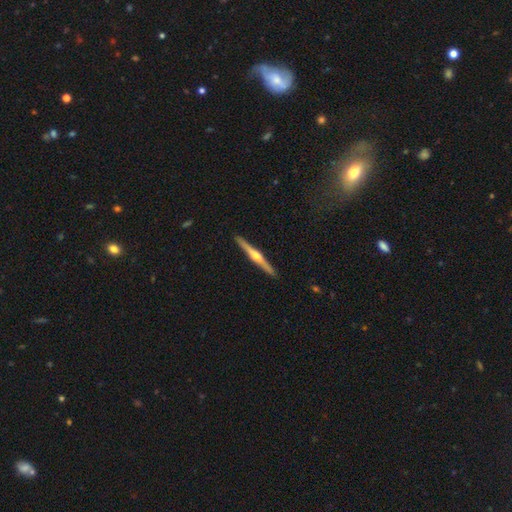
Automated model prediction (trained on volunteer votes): This appears to be a featured or disk galaxy (78%) viewed edge-on (98%) with a rounded central bulge (93%). Merging: none (92%).